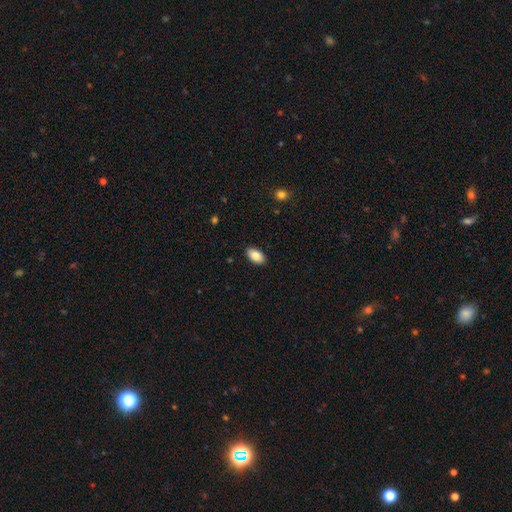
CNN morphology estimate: smooth-or-featured: smooth: 87% | star or artifact: 7% | featured or disk: 6%
  how-rounded: in between: 94% | round: 4% | cigar-shaped: 2%
  merging: none: 89% | minor disturbance: 8% | major disturbance: 2% | merger: 1%